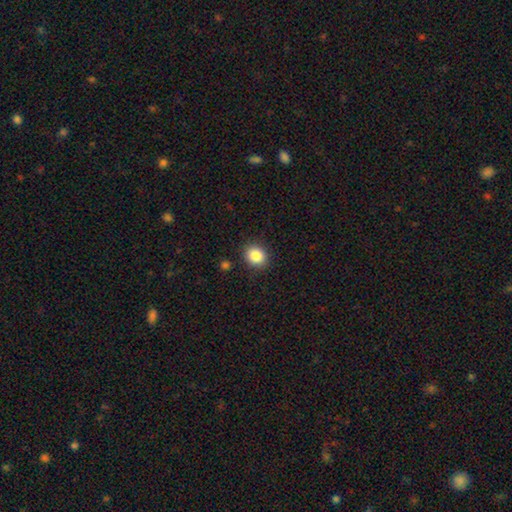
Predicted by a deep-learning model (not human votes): Morphology: type=smooth (86%); roundness=round (67%); merging=none (89%).